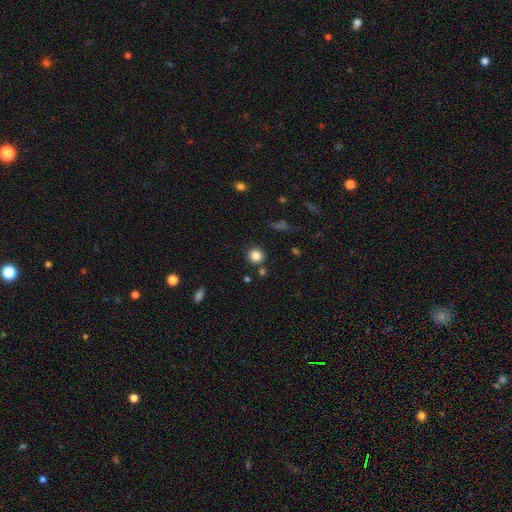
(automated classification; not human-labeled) smooth 84%, star or artifact 11%, featured or disk 5%. Down the decision tree: how rounded — round (93%); merging — none (84%).